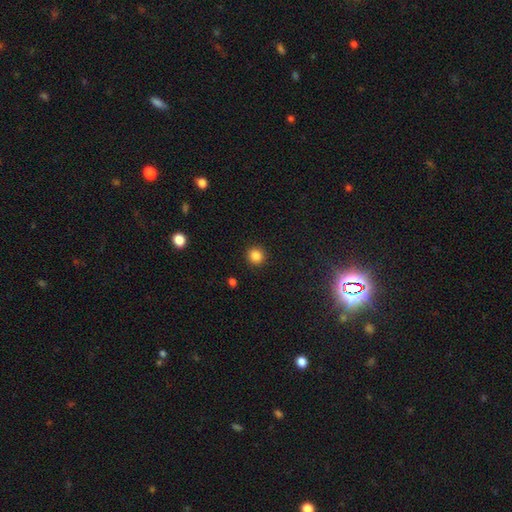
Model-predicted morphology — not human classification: A smooth galaxy with no disk features (85%) that is round (93%). Merging: none (92%).